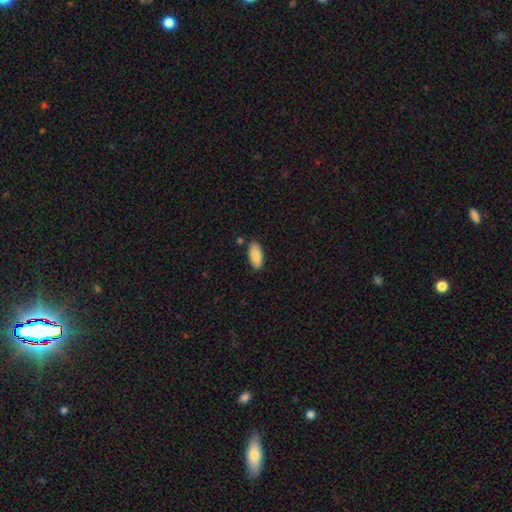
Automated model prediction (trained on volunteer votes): This is clearly a smooth galaxy (88%). How rounded: clearly in between (90%). Merging: clearly none (83%).